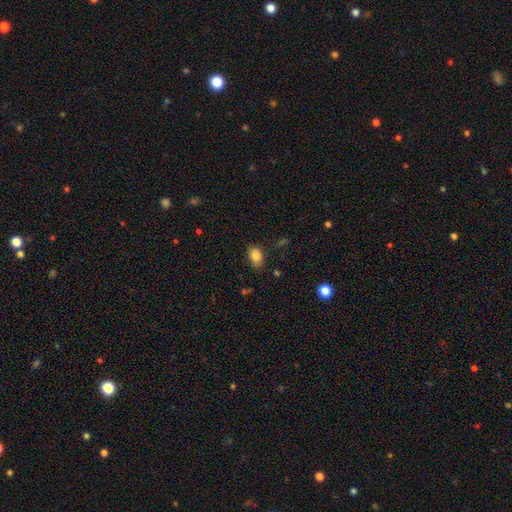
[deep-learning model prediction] Morphology: type=smooth (83%); roundness=in between (79%); merging=none (78%).